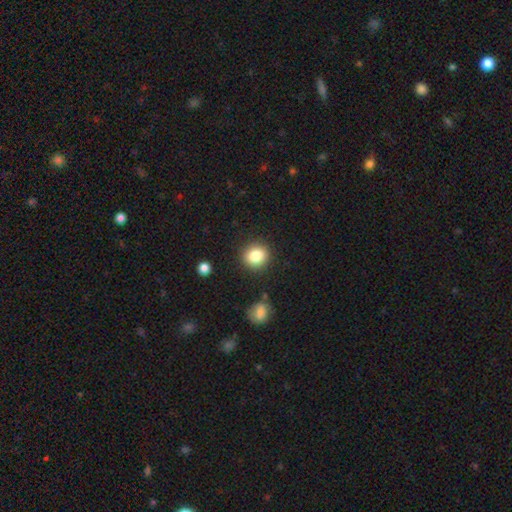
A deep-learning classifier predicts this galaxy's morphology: Smooth or featured? Predicted: smooth (p=0.85). How rounded? Predicted: round (p=0.81). Merging? Predicted: none (p=0.87).